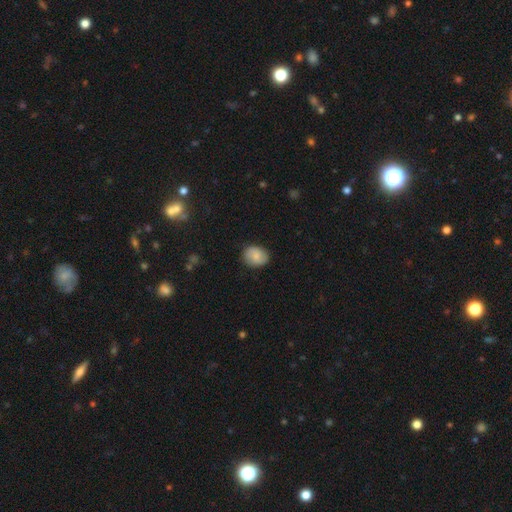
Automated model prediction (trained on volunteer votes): A smooth galaxy with no disk features (71%) that is in between round and cigar-shaped (56%). Merging: none (83%).